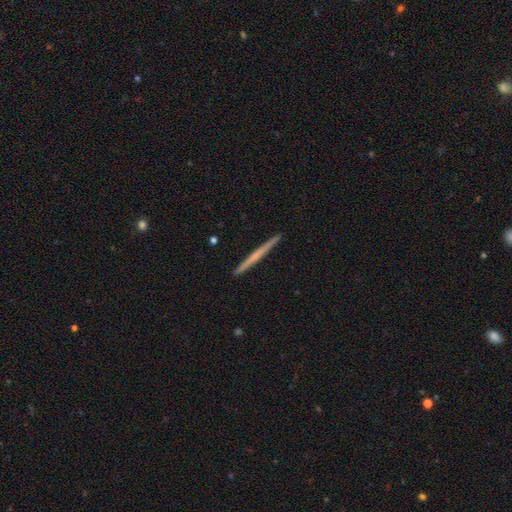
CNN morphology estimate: Overall: featured or disk (52%; smooth 43%). Edge-on disk: yes (98%). Edge-on bulge: none (85%). Merging: none (94%).